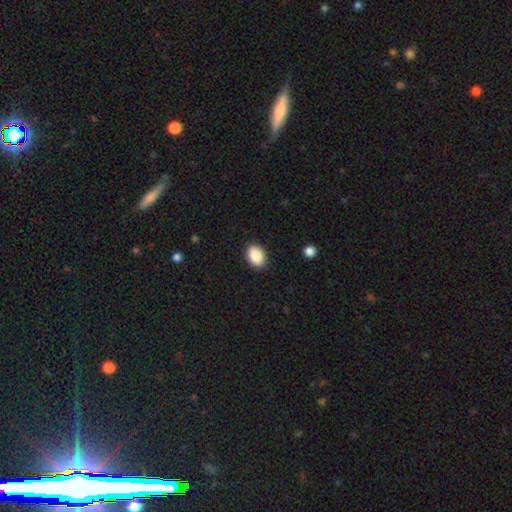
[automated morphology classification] Smooth or featured? smooth (90%)
How rounded? in between (81%)
Merging? none (89%)